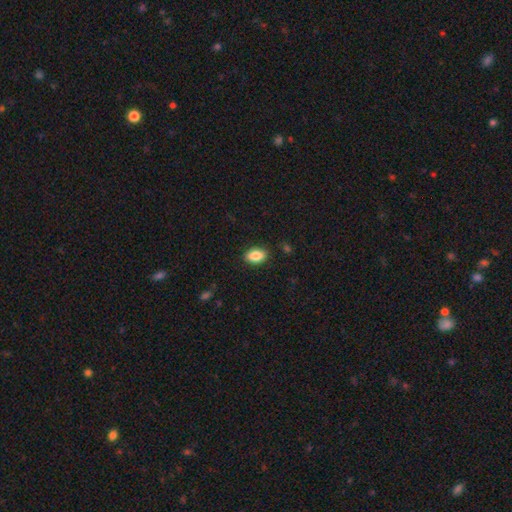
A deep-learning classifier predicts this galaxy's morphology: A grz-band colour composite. It shows a smooth galaxy with no disk features (86%) that is in between round and cigar-shaped (89%). Merging: none (88%).